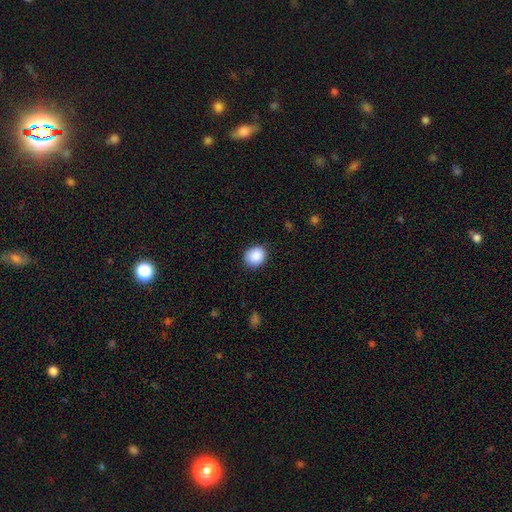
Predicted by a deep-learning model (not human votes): Overall: smooth (89%). How rounded: round (69%; in between 30%). Merging: none (87%).